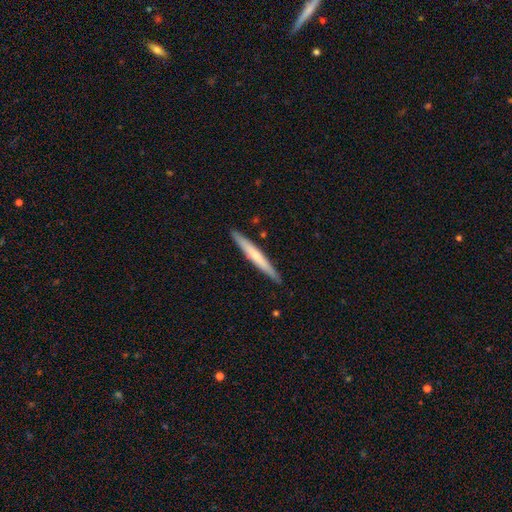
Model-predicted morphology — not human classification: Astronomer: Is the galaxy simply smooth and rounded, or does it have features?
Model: smooth — 53% (runner-up: featured or disk, 42%).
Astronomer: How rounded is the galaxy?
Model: cigar-shaped — 97%.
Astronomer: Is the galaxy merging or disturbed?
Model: none — 90%.